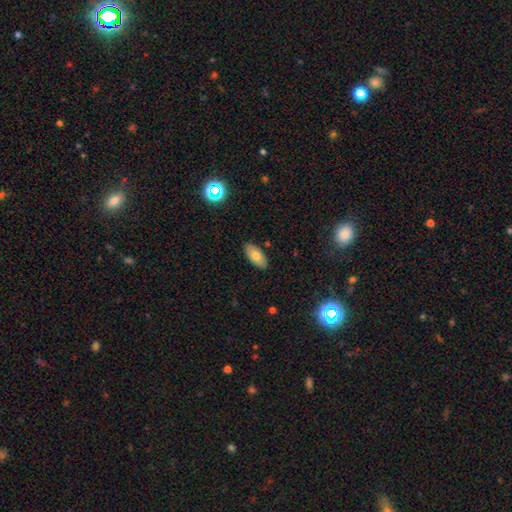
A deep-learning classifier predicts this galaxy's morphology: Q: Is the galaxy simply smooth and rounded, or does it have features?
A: smooth — 74%.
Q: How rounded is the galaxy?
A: in between — 90%.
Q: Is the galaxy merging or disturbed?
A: none — 88%.